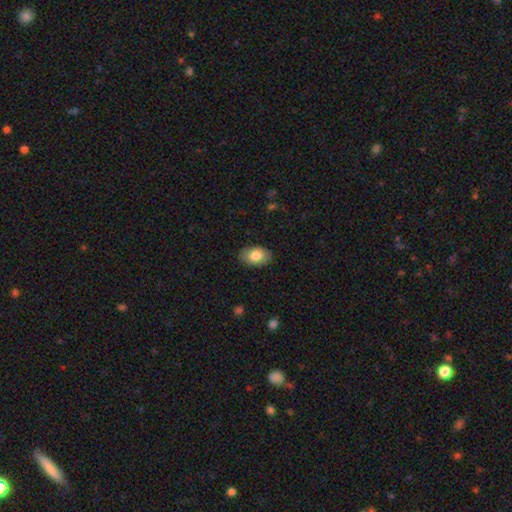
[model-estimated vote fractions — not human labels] Overall: smooth (82%). How rounded: in between (88%). Merging: none (86%).